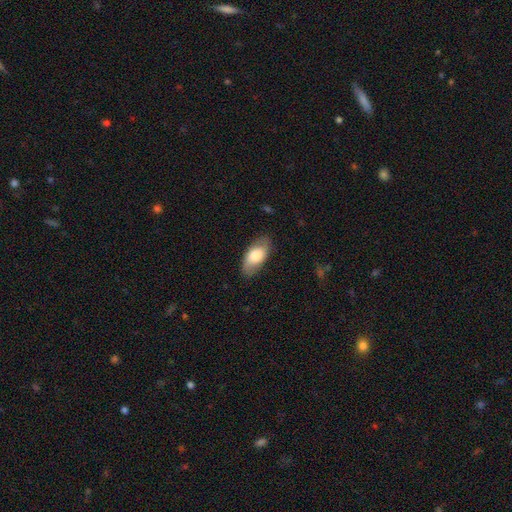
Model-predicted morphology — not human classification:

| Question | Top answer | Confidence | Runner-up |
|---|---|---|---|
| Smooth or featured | smooth | 70% | featured or disk (24%) |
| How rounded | in between | 92% | cigar-shaped (5%) |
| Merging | none | 81% | minor disturbance (14%) |